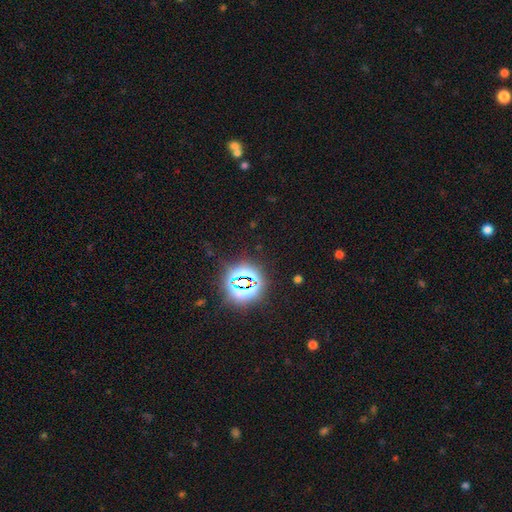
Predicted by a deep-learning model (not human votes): This is clearly a star or artifact rather than a galaxy (82%).